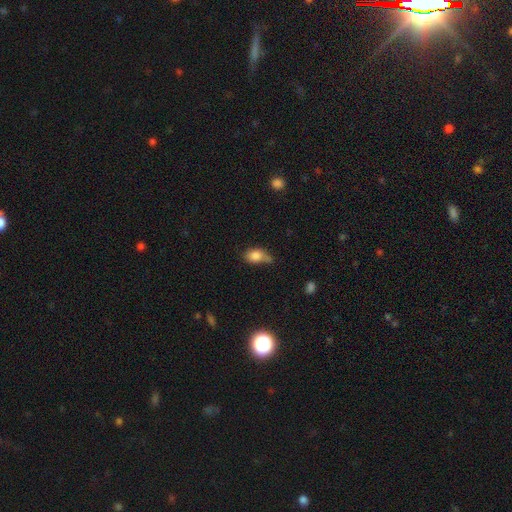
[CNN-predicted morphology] A smooth galaxy with no disk features (82%) that is in between round and cigar-shaped (74%).

Vote fractions:
- Smooth or featured? smooth: 82% / star or artifact: 9% / featured or disk: 9%
- How rounded? in between: 74% / round: 23% / cigar-shaped: 3%
- Merging? none: 39% / minor disturbance: 33% / merger: 16% / major disturbance: 12%